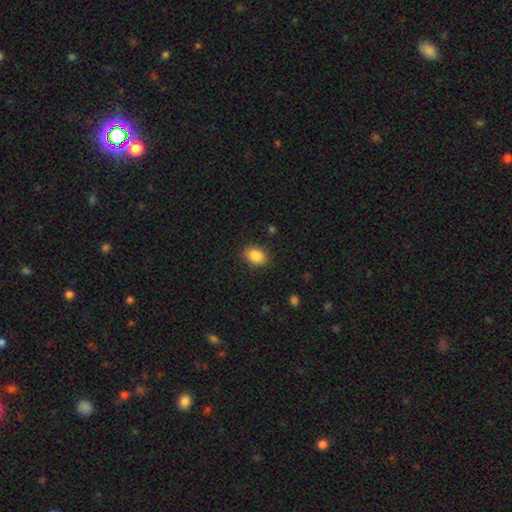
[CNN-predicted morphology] This is clearly a smooth galaxy (87%). How rounded: likely in between (74%). Merging: clearly none (87%).